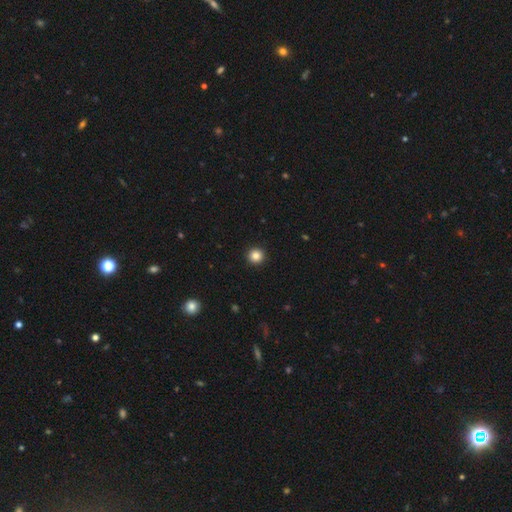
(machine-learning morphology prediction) type=smooth (84%); roundness=round (96%); merging=none (94%).